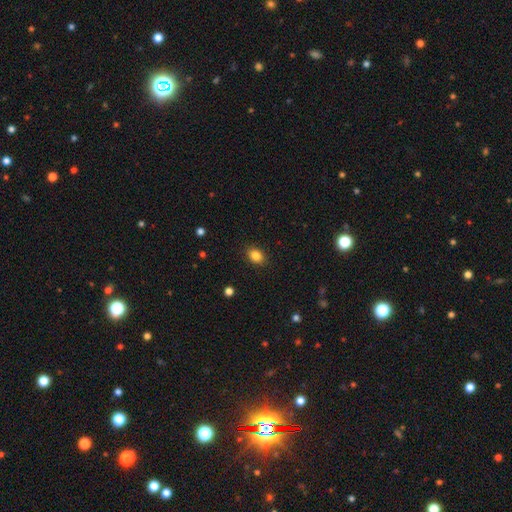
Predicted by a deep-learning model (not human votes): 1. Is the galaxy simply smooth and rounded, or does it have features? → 85% smooth, 10% star or artifact, 5% featured or disk.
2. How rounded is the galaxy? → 70% in between, 29% round, 1% cigar-shaped.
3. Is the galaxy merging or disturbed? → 88% none, 8% minor disturbance, 2% major disturbance, 1% merger.